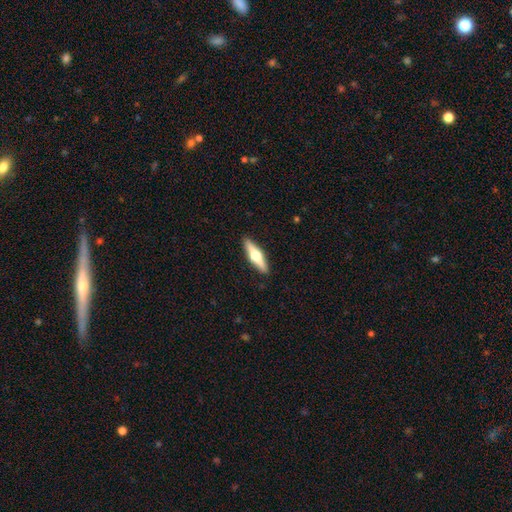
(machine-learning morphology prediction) The model was most divided on "smooth or featured": featured or disk: 58%, smooth: 37%, star or artifact: 5%. More confident: edge-on disk — yes (95%); edge-on bulge — rounded (94%); merging — none (90%).